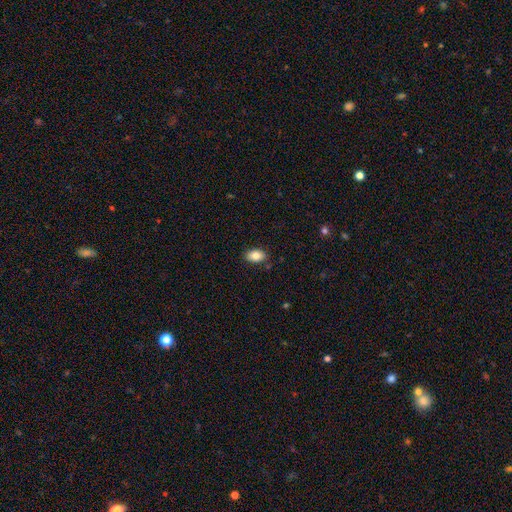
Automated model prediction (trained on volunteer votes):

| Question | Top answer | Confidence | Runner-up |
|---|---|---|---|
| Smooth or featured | smooth | 83% | featured or disk (9%) |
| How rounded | in between | 90% | round (8%) |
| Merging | none | 86% | minor disturbance (10%) |